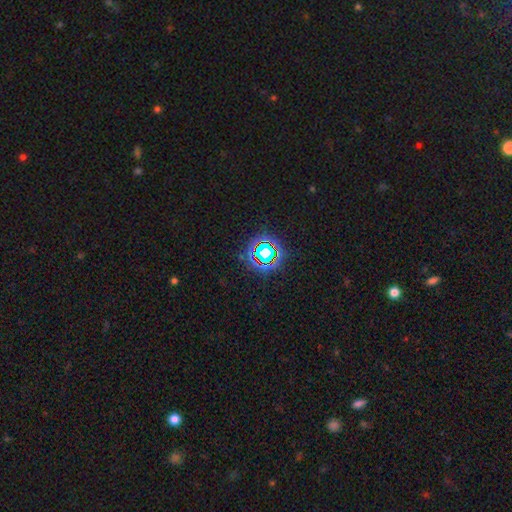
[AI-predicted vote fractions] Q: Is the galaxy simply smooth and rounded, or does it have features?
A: star or artifact — 75%.